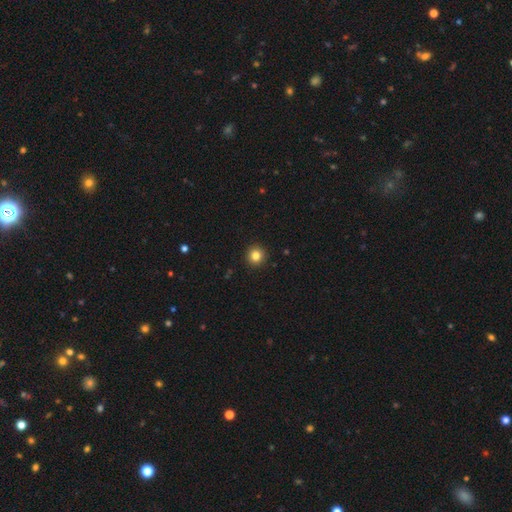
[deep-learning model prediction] smooth 83%, star or artifact 12%, featured or disk 6%. Down the decision tree: how rounded — round (94%); merging — none (93%).